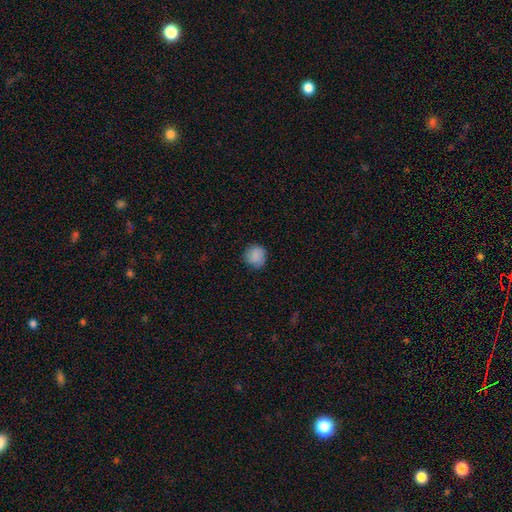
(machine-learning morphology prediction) type=smooth (87%); roundness=round (90%); merging=none (83%).